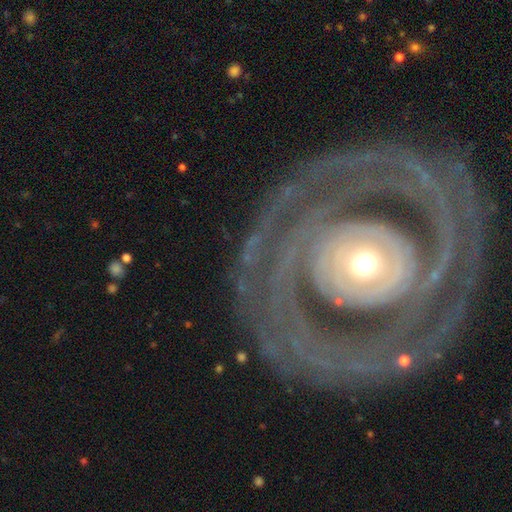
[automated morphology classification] The model was most divided on "spiral arm count": can't tell: 30%, 2: 27%, 3: 14%, more than 4: 10%, 4: 10%, 1: 9%. More confident: edge-on disk — no (97%); smooth or featured — featured or disk (85%); spiral arms — yes (80%); spiral winding — tight (75%); bar — no (74%); merging — none (72%); bulge size — moderate (61%).